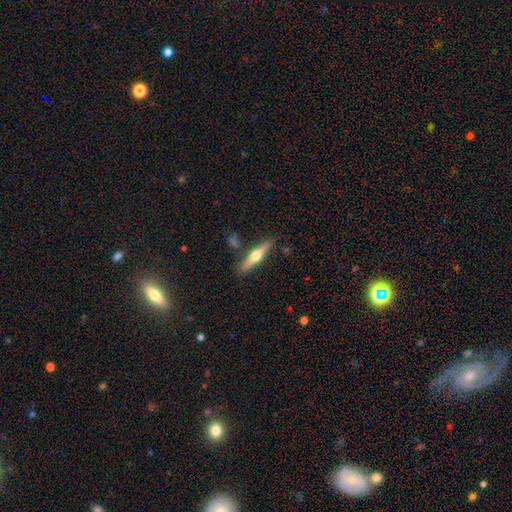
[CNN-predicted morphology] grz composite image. It shows a featured or disk galaxy (60%) viewed edge-on (96%) with a rounded central bulge (94%). Merging: none (84%).